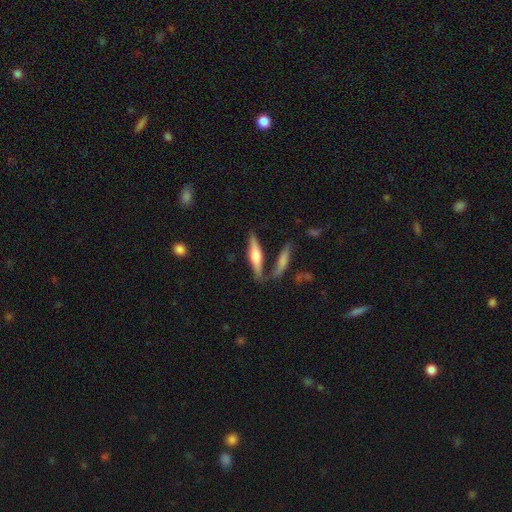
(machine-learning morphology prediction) smooth_or_featured: featured or disk (p=0.58) [alt: smooth p=0.36]
disk_edge_on: yes (p=0.95) [alt: no p=0.05]
edge_on_bulge: rounded (p=0.86) [alt: boxy p=0.09]
merging: none (p=0.72) [alt: minor disturbance p=0.13]